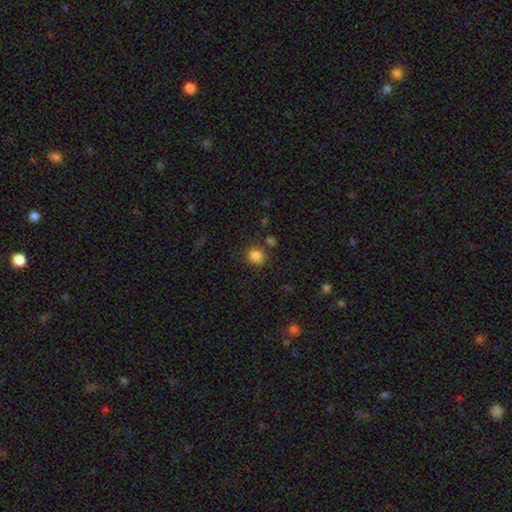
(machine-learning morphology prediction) A smooth galaxy with no disk features (85%) that is round (84%). Merging: none (79%).